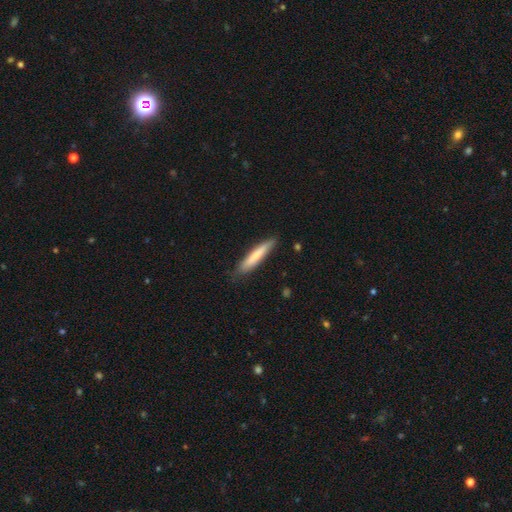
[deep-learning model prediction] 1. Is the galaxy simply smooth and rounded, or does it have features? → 70% smooth, 25% featured or disk, 5% star or artifact.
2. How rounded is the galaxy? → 90% cigar-shaped, 9% in between, 1% round.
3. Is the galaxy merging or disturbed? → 81% none, 15% minor disturbance, 2% major disturbance, 1% merger.